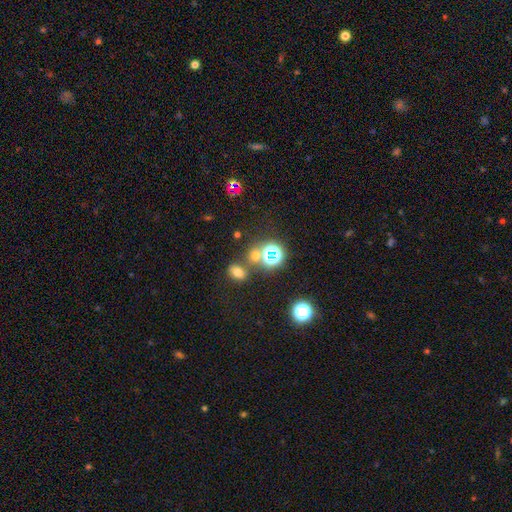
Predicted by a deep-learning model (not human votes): Smooth or featured?
  - smooth: 46% *
  - star or artifact: 45%
  - featured or disk: 9%
Merging?
  - none: 67% *
  - merger: 20%
  - minor disturbance: 9%
  - major disturbance: 4%